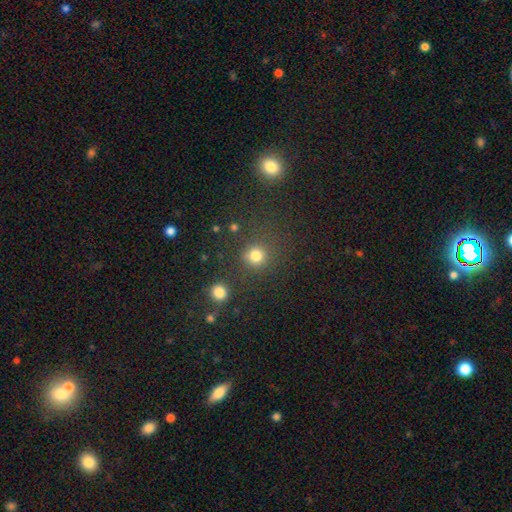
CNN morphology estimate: Smooth or featured? Predicted: smooth (p=0.79). How rounded? Predicted: round (p=0.89). Merging? Predicted: none (p=0.74).